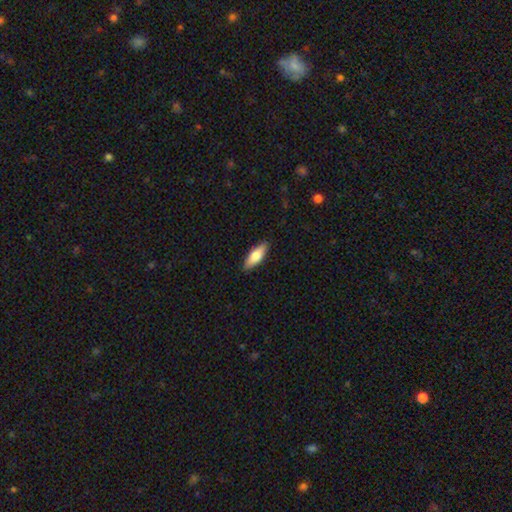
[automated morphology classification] Smooth or featured?
  - smooth: 71% *
  - featured or disk: 23%
  - star or artifact: 6%
How rounded?
  - in between: 61% *
  - cigar-shaped: 36%
  - round: 2%
Merging?
  - none: 88% *
  - minor disturbance: 9%
  - major disturbance: 2%
  - merger: 1%